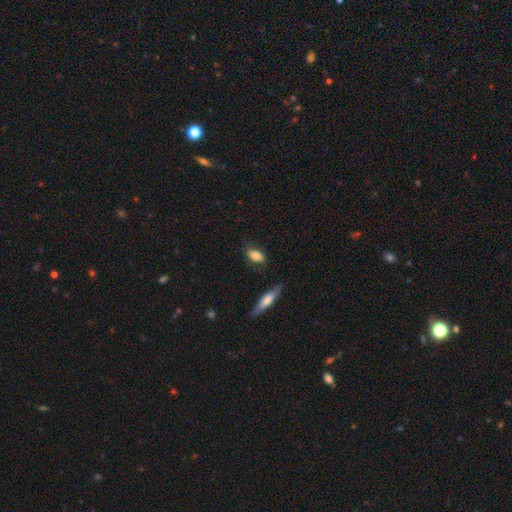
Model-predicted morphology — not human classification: smooth 77%, featured or disk 16%, star or artifact 7%. Down the decision tree: how rounded — in between (82%); merging — none (77%).